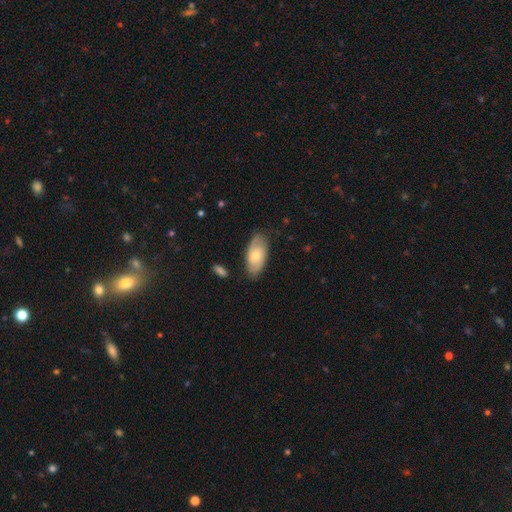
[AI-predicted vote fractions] Smooth or featured? Predicted: smooth (p=0.50). How rounded? Predicted: in between (p=0.92). Merging? Predicted: none (p=0.76).